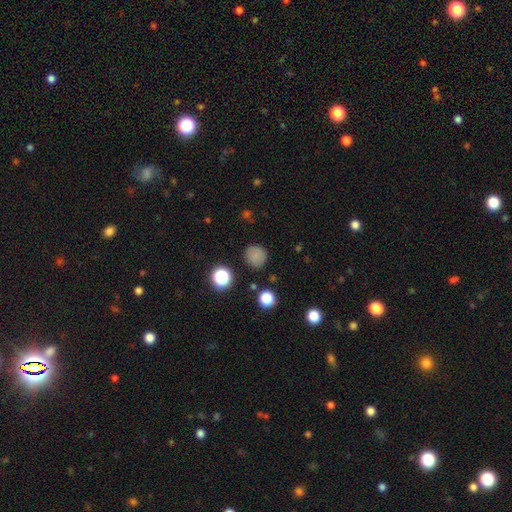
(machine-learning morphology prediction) Q: Smooth or featured?
A: smooth (78%); runner-up: star or artifact (17%)
Q: How rounded?
A: round (93%); runner-up: in between (6%)
Q: Merging?
A: none (84%); runner-up: minor disturbance (10%)